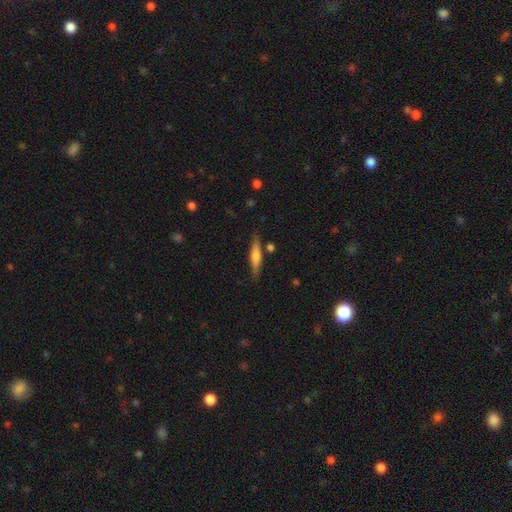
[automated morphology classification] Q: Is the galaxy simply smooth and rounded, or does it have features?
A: smooth — 51%.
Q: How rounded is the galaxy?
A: cigar-shaped — 86%.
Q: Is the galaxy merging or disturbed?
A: none — 82%.